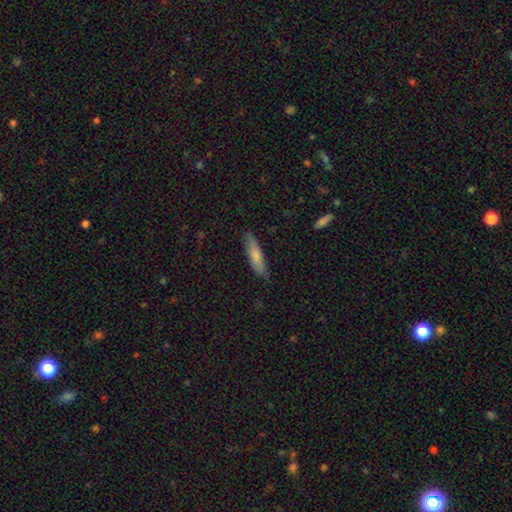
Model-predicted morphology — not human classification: A smooth galaxy with no disk features (74%) that is cigar-shaped (70%). Merging: none (82%).